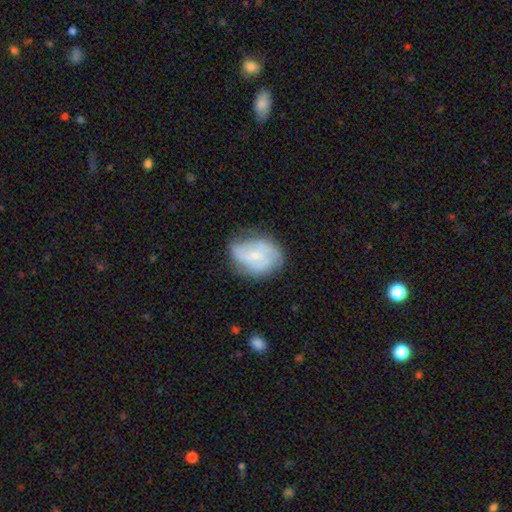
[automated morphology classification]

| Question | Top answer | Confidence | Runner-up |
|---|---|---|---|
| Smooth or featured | featured or disk | 57% | smooth (35%) |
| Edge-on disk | no | 97% | yes (3%) |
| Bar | no | 63% | weak (32%) |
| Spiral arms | yes | 76% | no (24%) |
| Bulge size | small | 62% | moderate (27%) |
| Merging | none | 56% | minor disturbance (29%) |